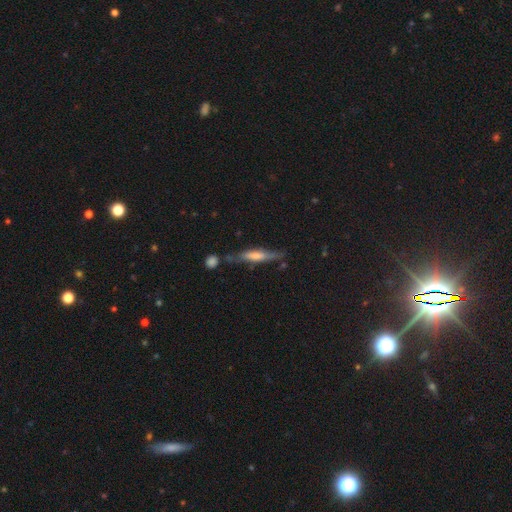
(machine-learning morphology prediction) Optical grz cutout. It shows a featured or disk galaxy (60%) viewed edge-on (89%) with a rounded central bulge (51%). Merging: none (68%).